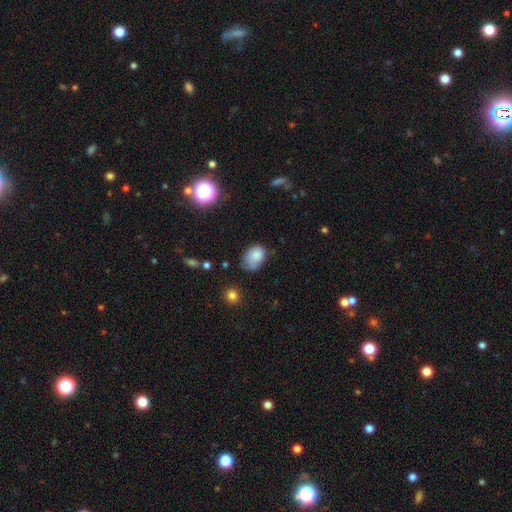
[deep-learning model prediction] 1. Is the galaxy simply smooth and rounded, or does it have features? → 76% smooth, 14% featured or disk, 10% star or artifact.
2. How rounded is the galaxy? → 71% in between, 28% round, 1% cigar-shaped.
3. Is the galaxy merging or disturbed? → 40% none, 36% minor disturbance, 19% major disturbance, 5% merger.